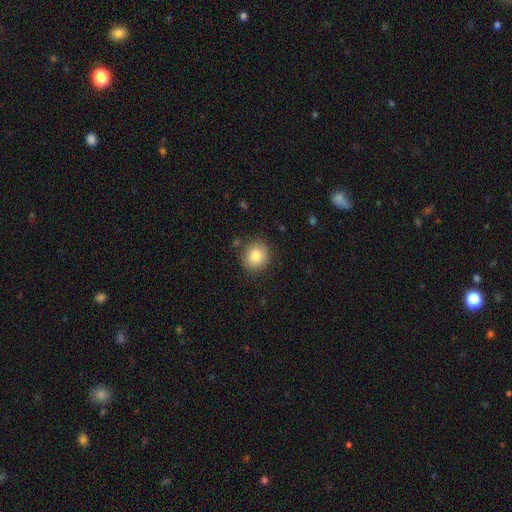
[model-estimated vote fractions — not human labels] This is clearly a smooth galaxy (84%). How rounded: clearly round (83%). Merging: clearly none (86%).